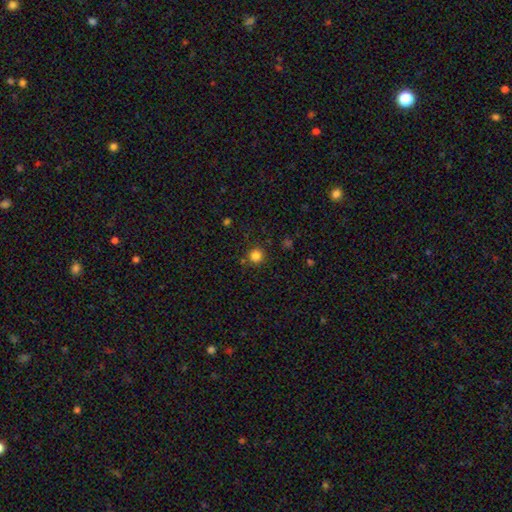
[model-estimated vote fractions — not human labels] This appears to be a smooth galaxy with no disk features (83%) that is round (94%). Merging: none (86%).